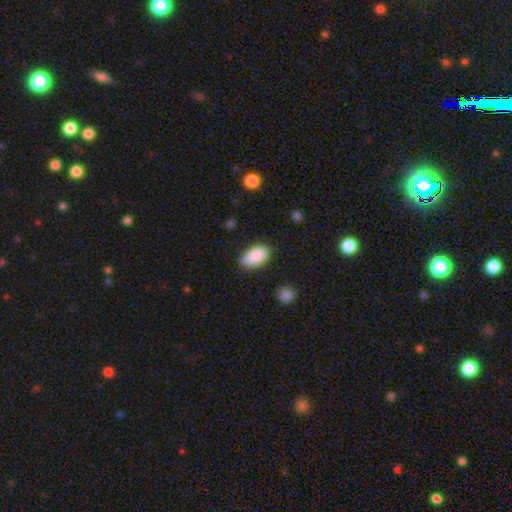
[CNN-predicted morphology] smooth-or-featured: smooth: 89% | star or artifact: 6% | featured or disk: 4%
  how-rounded: in between: 94% | round: 4% | cigar-shaped: 2%
  merging: none: 81% | minor disturbance: 15% | major disturbance: 3% | merger: 2%